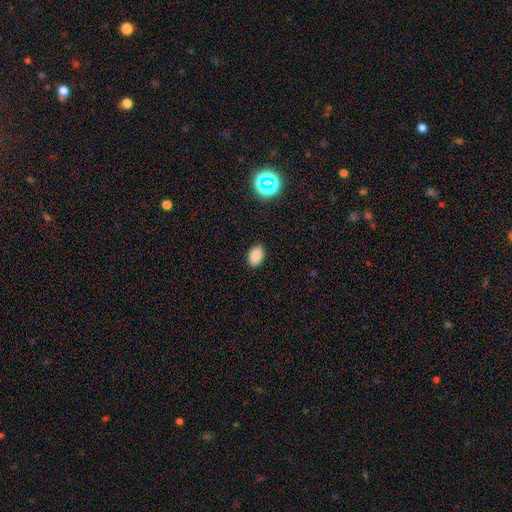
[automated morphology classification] Smooth or featured?
  - smooth: 84% *
  - star or artifact: 11%
  - featured or disk: 5%
How rounded?
  - in between: 85% *
  - round: 14%
  - cigar-shaped: 1%
Merging?
  - none: 88% *
  - minor disturbance: 8%
  - major disturbance: 2%
  - merger: 1%